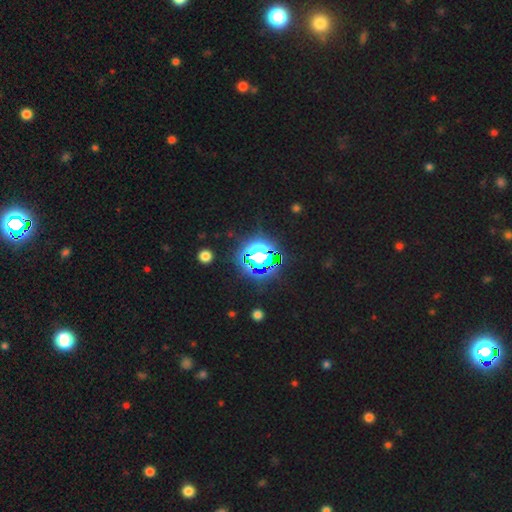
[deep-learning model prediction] This appears to be a star or artifact, not a galaxy (68%).